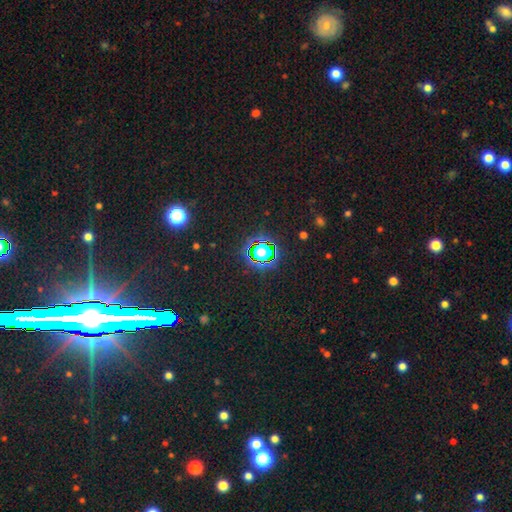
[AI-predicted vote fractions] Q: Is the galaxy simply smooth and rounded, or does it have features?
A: star or artifact — 77%.